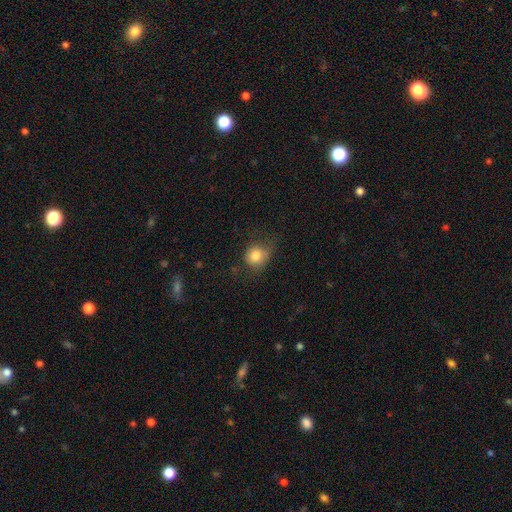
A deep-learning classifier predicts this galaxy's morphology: A smooth galaxy with no disk features (81%) that is round (76%).

Vote fractions:
- Smooth or featured? smooth: 81% / star or artifact: 10% / featured or disk: 10%
- How rounded? round: 76% / in between: 23% / cigar-shaped: 1%
- Merging? none: 51% / minor disturbance: 31% / major disturbance: 16% / merger: 2%